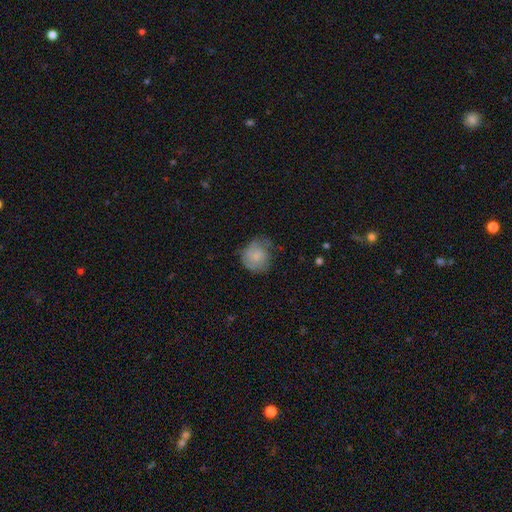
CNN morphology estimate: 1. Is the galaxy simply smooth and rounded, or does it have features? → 63% smooth, 29% featured or disk, 7% star or artifact.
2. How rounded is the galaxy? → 82% round, 17% in between, 1% cigar-shaped.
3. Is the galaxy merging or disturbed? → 51% none, 32% minor disturbance, 16% major disturbance, 2% merger.